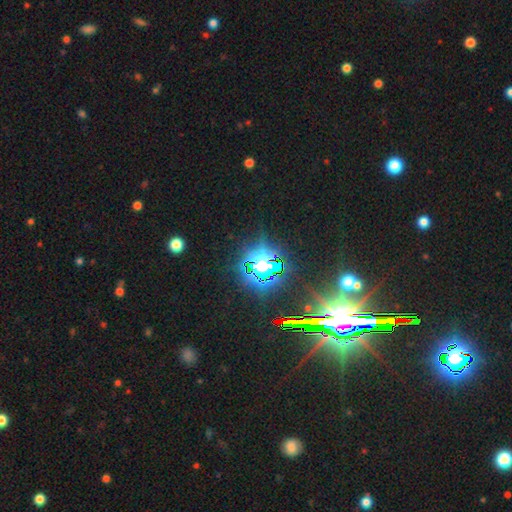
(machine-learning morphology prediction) A star or artifact, not a galaxy (81%).